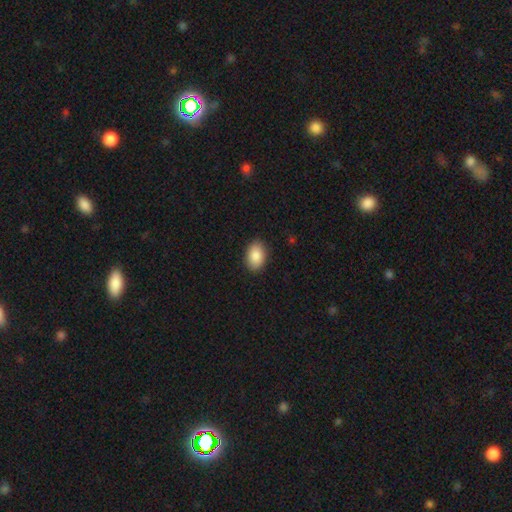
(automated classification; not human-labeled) The model was most divided on "how rounded": in between: 87%, round: 12%, cigar-shaped: 1%. More confident: merging — none (89%); smooth or featured — smooth (87%).